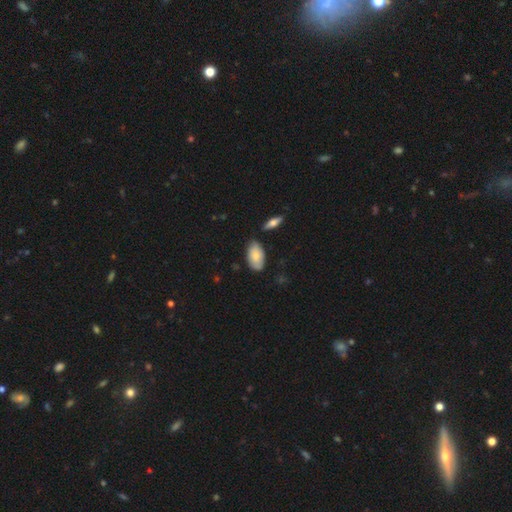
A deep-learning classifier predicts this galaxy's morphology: Smooth or featured?
  - smooth: 77% *
  - featured or disk: 17%
  - star or artifact: 6%
How rounded?
  - in between: 94% *
  - cigar-shaped: 3%
  - round: 3%
Merging?
  - none: 70% *
  - minor disturbance: 23%
  - merger: 4%
  - major disturbance: 3%